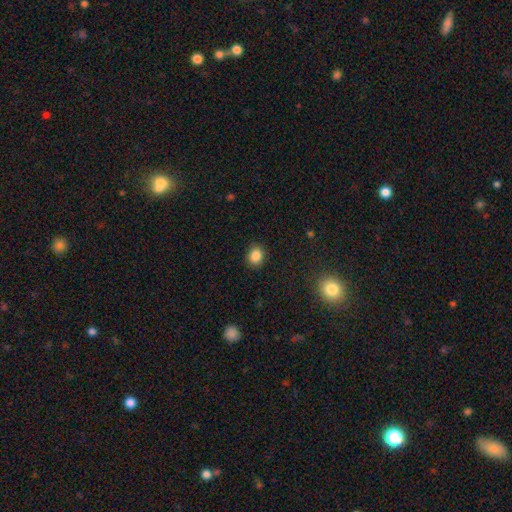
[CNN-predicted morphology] Smooth or featured? Predicted: smooth (p=0.85). How rounded? Predicted: round (p=0.67). Merging? Predicted: none (p=0.88).